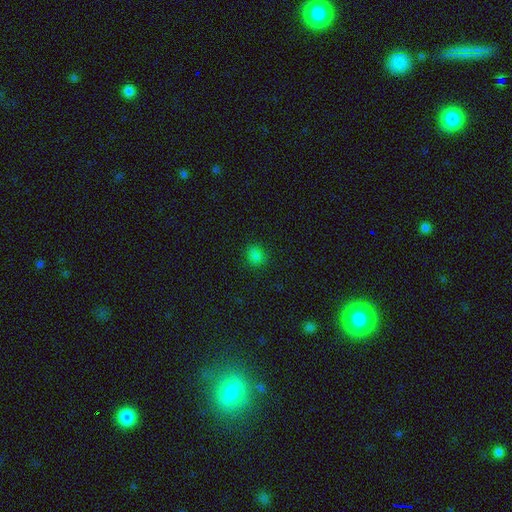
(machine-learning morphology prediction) A smooth galaxy with no disk features (78%) that is round (66%). Merging: none (85%).